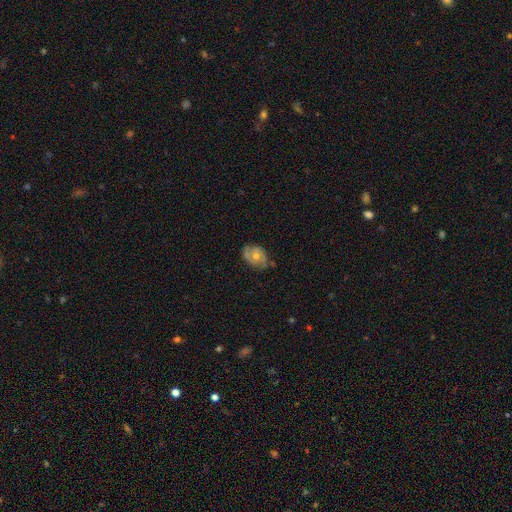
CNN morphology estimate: A featured or disk galaxy (65%) with no bar (73%), 2 (71%) medium (43%) spiral arms (82%) and a moderate central bulge (65%).

Vote fractions:
- Smooth or featured? featured or disk: 65% / smooth: 28% / star or artifact: 7%
- Edge-on disk? no: 96% / yes: 4%
- Bar? no: 73% / weak: 23% / strong: 4%
- Spiral arms? yes: 82% / no: 18%
- Spiral winding? medium: 43% / tight: 40% / loose: 17%
- Spiral arm count? 2: 71% / can't tell: 16% / 3: 5% / 1: 4% / 4: 2% / more than 4: 2%
- Bulge size? moderate: 65% / small: 30% / large: 3% / none: 2% / dominant: 1%
- Merging? none: 67% / minor disturbance: 24% / major disturbance: 7% / merger: 2%